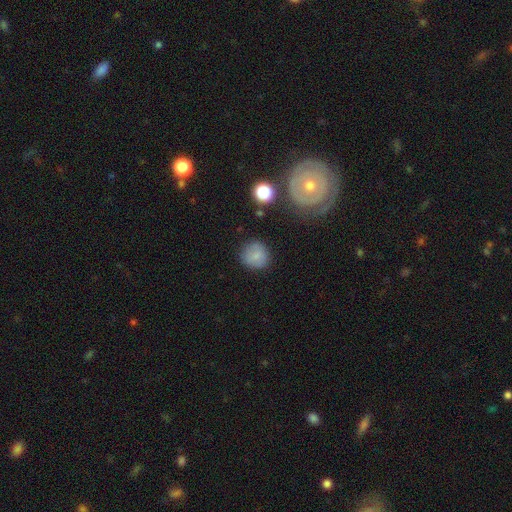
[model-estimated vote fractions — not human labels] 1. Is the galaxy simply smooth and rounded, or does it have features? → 77% smooth, 12% featured or disk, 11% star or artifact.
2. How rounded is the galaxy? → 89% round, 10% in between, 1% cigar-shaped.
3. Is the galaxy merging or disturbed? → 83% none, 12% minor disturbance, 4% major disturbance, 2% merger.